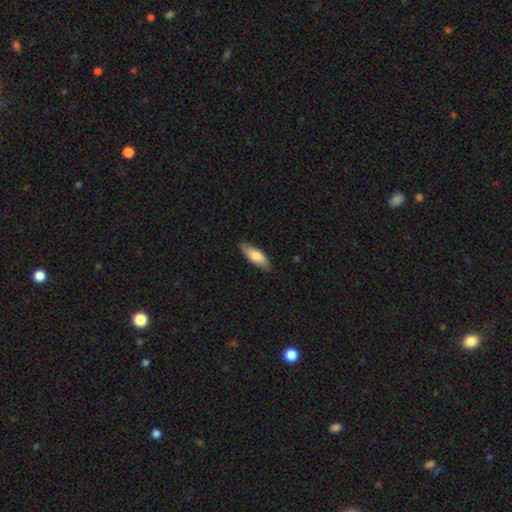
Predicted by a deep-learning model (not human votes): smooth_or_featured: smooth (p=0.78) [alt: featured or disk p=0.17]
how_rounded: in between (p=0.65) [alt: cigar-shaped p=0.33]
merging: none (p=0.83) [alt: minor disturbance p=0.13]